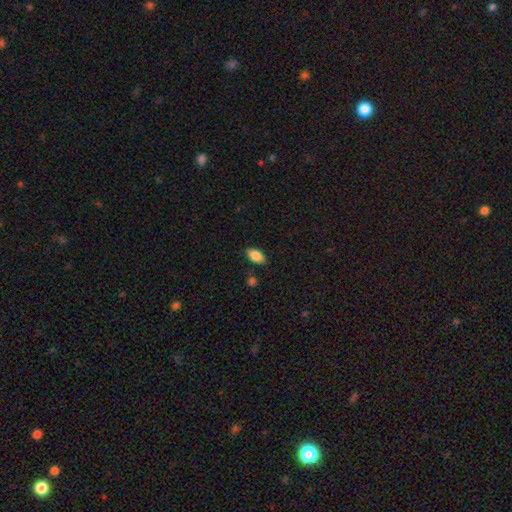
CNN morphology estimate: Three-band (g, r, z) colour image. It shows a smooth galaxy with no disk features (86%) that is in between round and cigar-shaped (92%). Merging: none (83%).